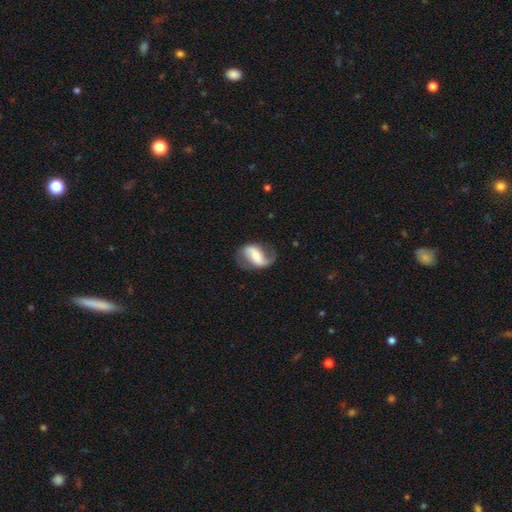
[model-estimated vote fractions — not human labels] Smooth or featured? featured or disk (73%)
Edge-on disk? no (96%)
Bar? strong (44%)
Spiral arms? yes (90%)
Spiral winding? loose (56%)
Spiral arm count? 2 (77%)
Bulge size? small (35%, tied with moderate)
Merging? none (60%)